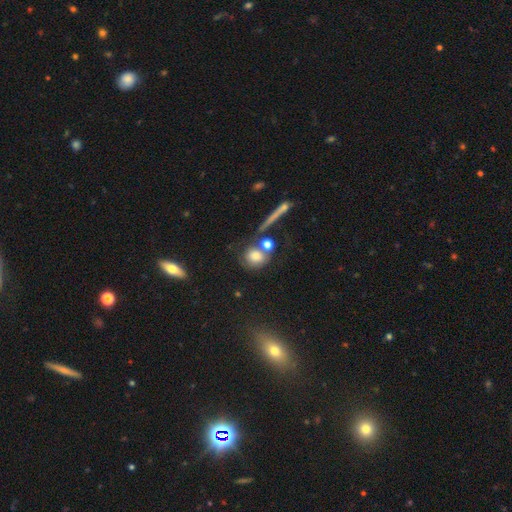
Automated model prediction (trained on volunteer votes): smooth_or_featured: smooth (p=0.71) [alt: featured or disk p=0.17]
how_rounded: round (p=0.76) [alt: in between p=0.19]
merging: none (p=0.51) [alt: merger p=0.28]